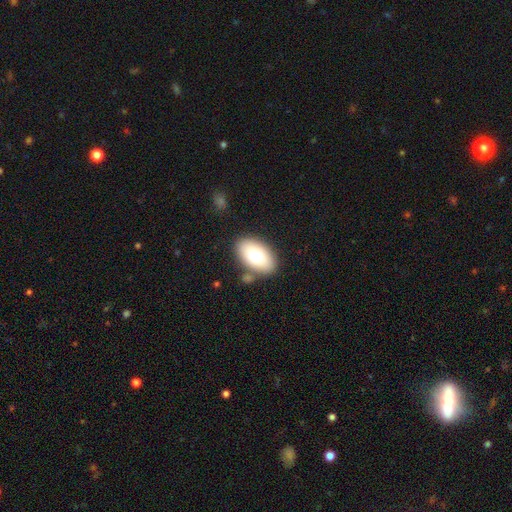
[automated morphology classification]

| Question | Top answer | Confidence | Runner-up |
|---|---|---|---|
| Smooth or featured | smooth | 78% | featured or disk (15%) |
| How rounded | in between | 94% | round (5%) |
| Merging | none | 80% | minor disturbance (11%) |